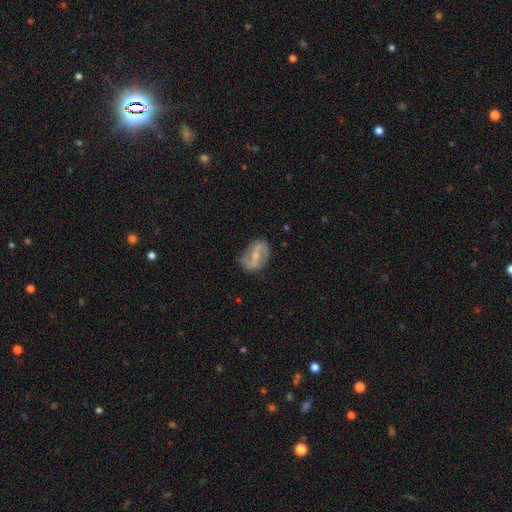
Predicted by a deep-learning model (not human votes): Morphology: type=featured or disk (79%); edge-on=no (97%); bar=strong (42%); spiral arms=yes (89%); winding=medium (44%); arm count=2 (90%); bulge=small (56%); merging=none (77%).